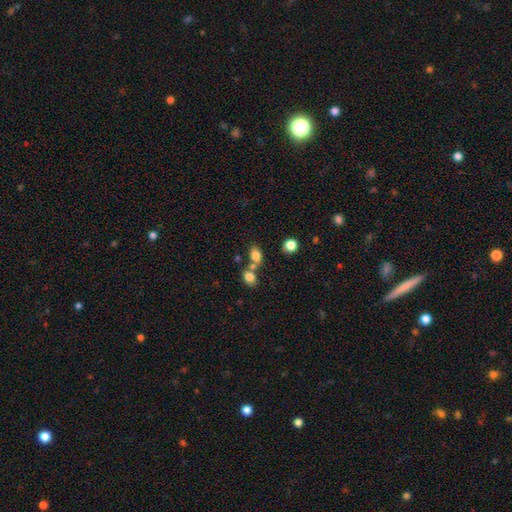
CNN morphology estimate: The model was most divided on "merging": none: 51%, merger: 33%, minor disturbance: 11%, major disturbance: 4%. More confident: smooth or featured — smooth (80%); how rounded — in between (71%).